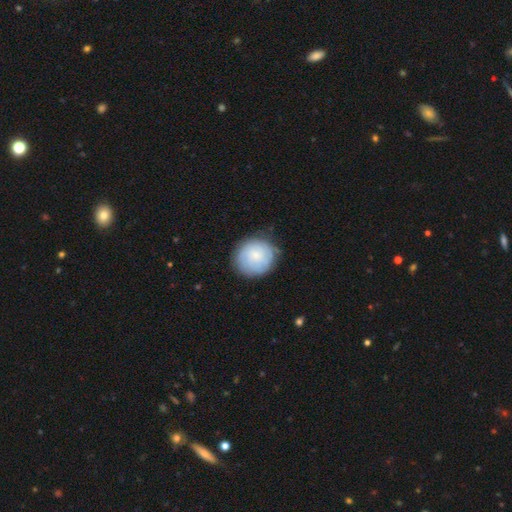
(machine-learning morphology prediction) Q: Smooth or featured?
A: smooth (58%); runner-up: featured or disk (35%)
Q: How rounded?
A: round (85%); runner-up: in between (15%)
Q: Merging?
A: none (73%); runner-up: minor disturbance (20%)